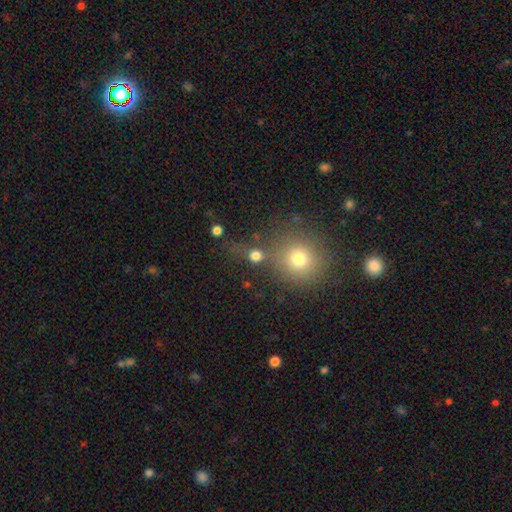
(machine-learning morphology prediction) Smooth or featured: smooth — 72% (star or artifact — 20%)
How rounded: round — 85% (in between — 13%)
Merging: none — 66% (merger — 18%)